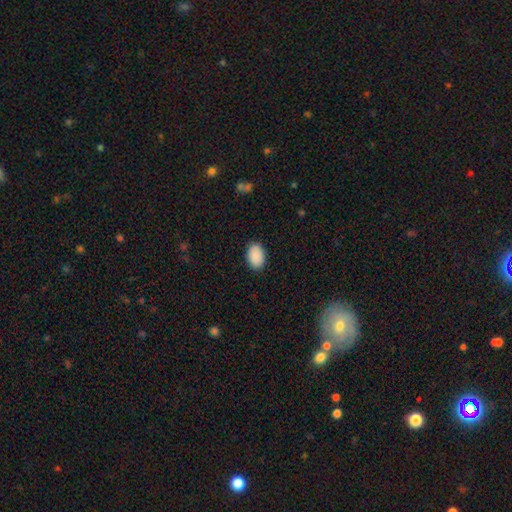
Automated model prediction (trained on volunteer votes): Q: Smooth or featured?
A: smooth (91%); runner-up: star or artifact (6%)
Q: How rounded?
A: in between (90%); runner-up: round (9%)
Q: Merging?
A: none (89%); runner-up: minor disturbance (8%)